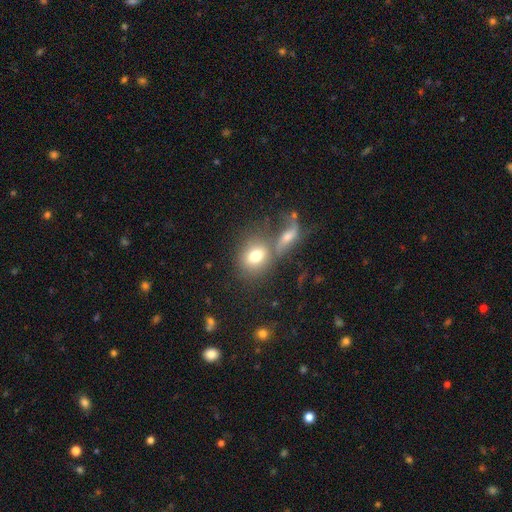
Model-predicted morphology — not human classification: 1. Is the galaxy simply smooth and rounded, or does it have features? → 73% smooth, 18% featured or disk, 9% star or artifact.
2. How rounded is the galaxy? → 51% in between, 46% round, 2% cigar-shaped.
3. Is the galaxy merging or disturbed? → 47% none, 35% merger, 11% minor disturbance, 7% major disturbance.